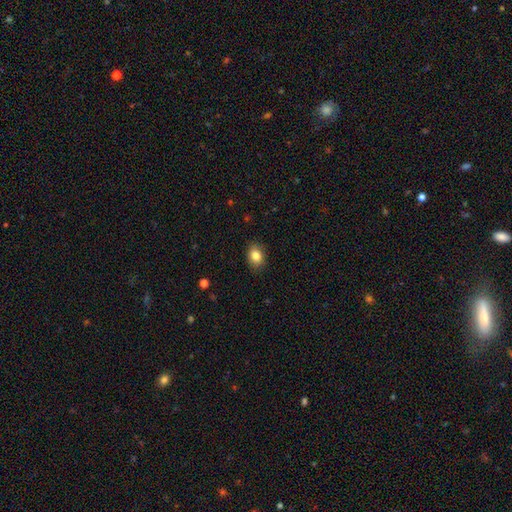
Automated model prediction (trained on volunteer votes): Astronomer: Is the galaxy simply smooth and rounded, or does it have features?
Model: smooth — 84%.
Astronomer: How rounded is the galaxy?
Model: in between — 71%.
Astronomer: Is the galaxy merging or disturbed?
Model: none — 87%.